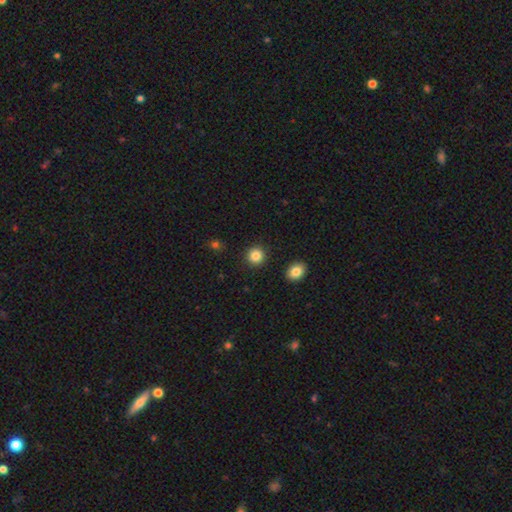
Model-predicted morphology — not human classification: smooth-or-featured: smooth: 86% | star or artifact: 10% | featured or disk: 4%
  how-rounded: round: 92% | in between: 7% | cigar-shaped: 1%
  merging: none: 92% | minor disturbance: 5% | major disturbance: 2% | merger: 2%